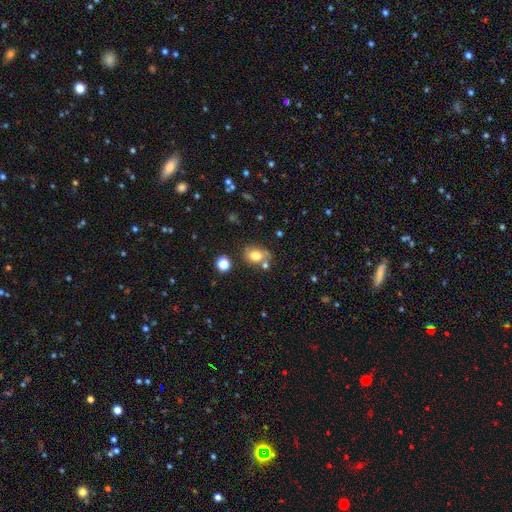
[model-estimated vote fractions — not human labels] A smooth galaxy with no disk features (69%) that is in between round and cigar-shaped (55%). Merging: none (52%).